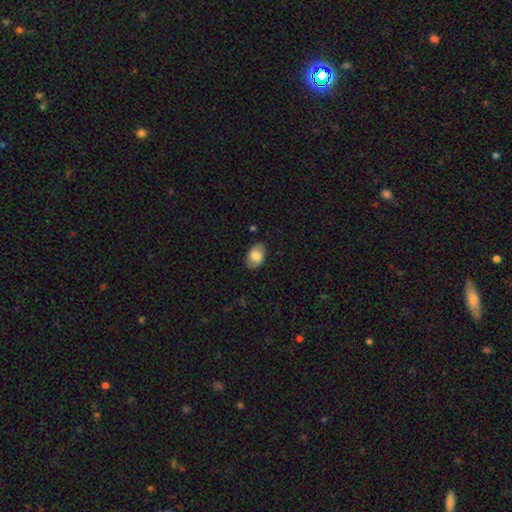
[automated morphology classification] A smooth galaxy with no disk features (79%) that is in between round and cigar-shaped (88%). Merging: none (83%).